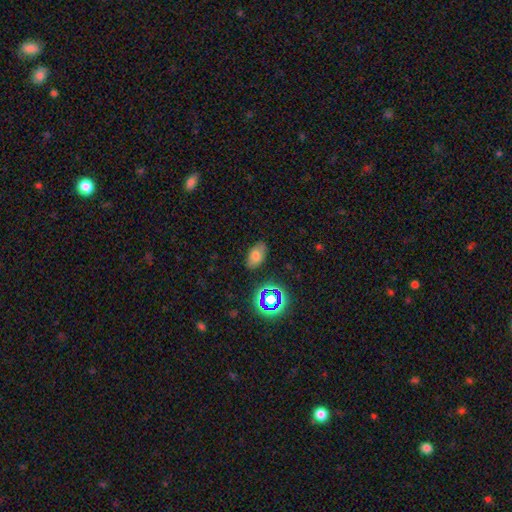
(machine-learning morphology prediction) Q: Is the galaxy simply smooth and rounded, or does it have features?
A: smooth — 69%.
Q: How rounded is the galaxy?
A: in between — 90%.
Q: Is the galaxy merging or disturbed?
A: none — 80%.